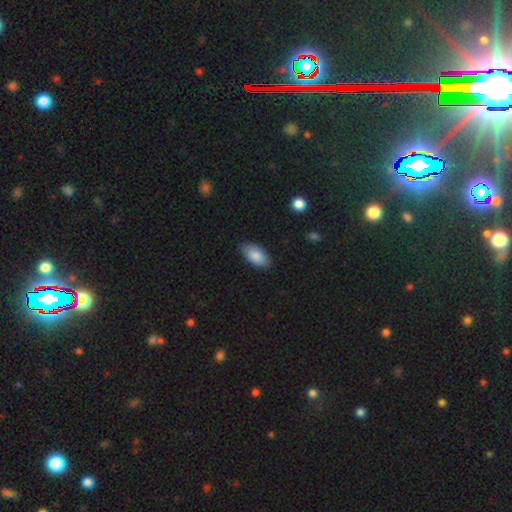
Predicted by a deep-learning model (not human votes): Q: Smooth or featured?
A: smooth (85%); runner-up: featured or disk (9%)
Q: How rounded?
A: in between (94%); runner-up: cigar-shaped (4%)
Q: Merging?
A: none (83%); runner-up: minor disturbance (14%)